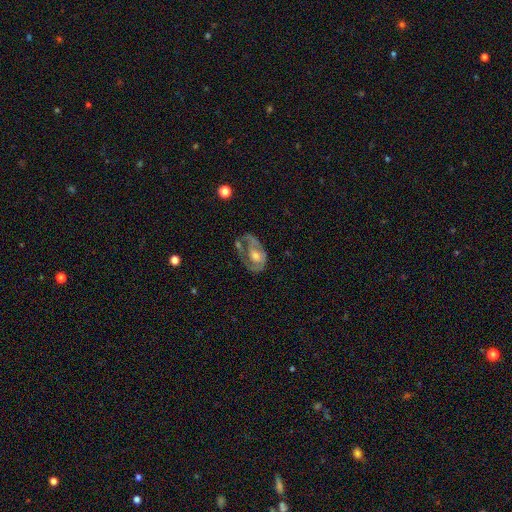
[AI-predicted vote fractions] This is likely a featured or disk galaxy (71%). It is clearly not viewed edge-on (95%). Bar: likely no (72%). Spiral arm pattern: likely yes (64%). Central bulge: possibly moderate (58%). Merging: marginally none (38%).